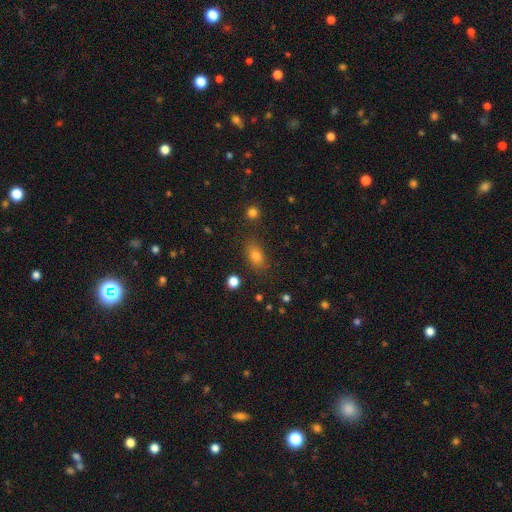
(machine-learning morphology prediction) This appears to be a smooth galaxy with no disk features (77%) that is in between round and cigar-shaped (78%). Merging: none (82%).